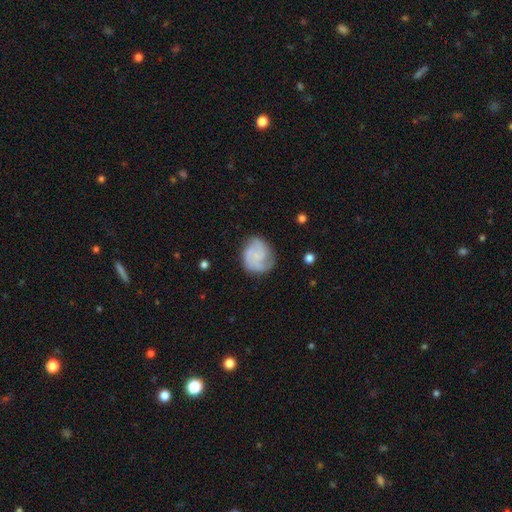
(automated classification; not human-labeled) The model was most divided on "spiral arm count": 3: 34%, 2: 31%, can't tell: 20%, 1: 6%, 4: 5%, more than 4: 4%. Remaining: edge-on disk — no (98%); spiral arms — yes (92%); merging — none (70%); bar — no (70%); smooth or featured — featured or disk (65%); spiral winding — tight (48%); bulge size — small (45%).